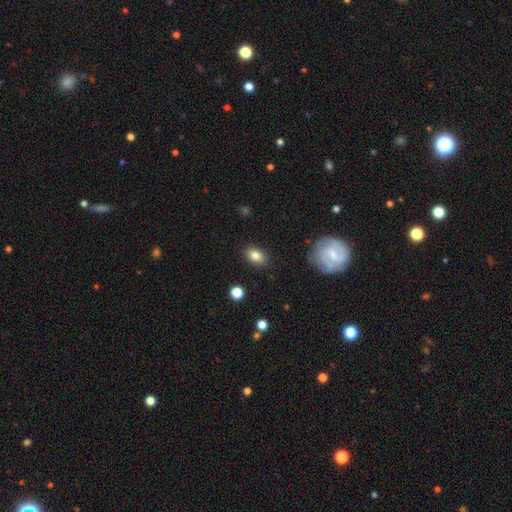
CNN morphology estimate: This is clearly a smooth galaxy (82%). How rounded: clearly in between (85%). Merging: clearly none (87%).